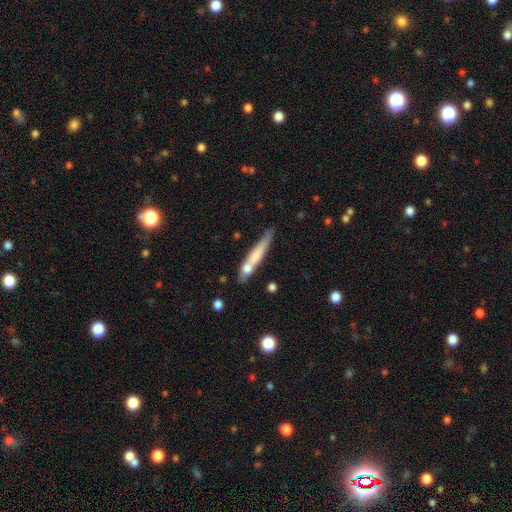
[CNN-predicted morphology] smooth_or_featured: smooth (p=0.58) [alt: featured or disk p=0.36]
how_rounded: cigar-shaped (p=0.91) [alt: in between p=0.07]
merging: none (p=0.54) [alt: minor disturbance p=0.20]